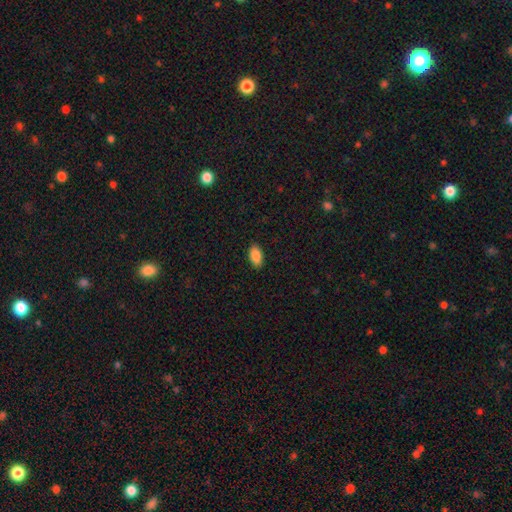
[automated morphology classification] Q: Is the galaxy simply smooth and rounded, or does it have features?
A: smooth — 88%.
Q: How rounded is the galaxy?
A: in between — 93%.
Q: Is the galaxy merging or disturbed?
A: none — 89%.